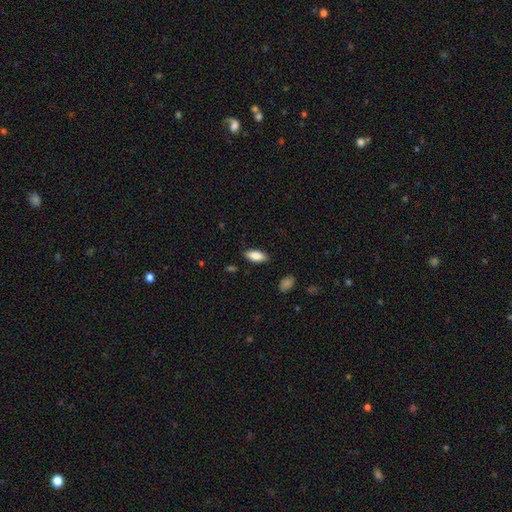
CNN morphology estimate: Overall: smooth (86%). How rounded: in between (86%). Merging: none (85%).